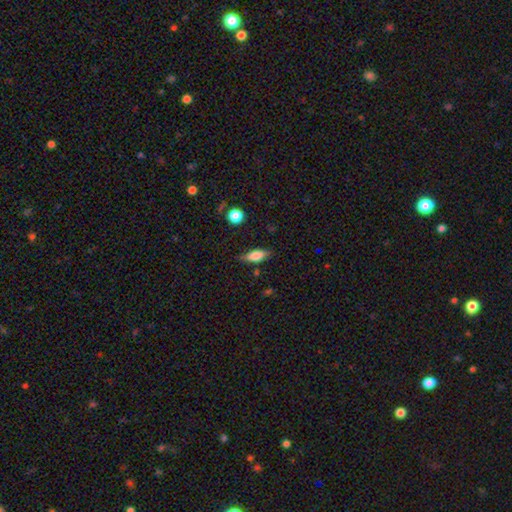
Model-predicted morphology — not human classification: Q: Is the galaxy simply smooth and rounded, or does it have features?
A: smooth — 70%.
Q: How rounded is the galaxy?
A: in between — 70%.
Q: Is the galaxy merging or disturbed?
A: none — 77%.